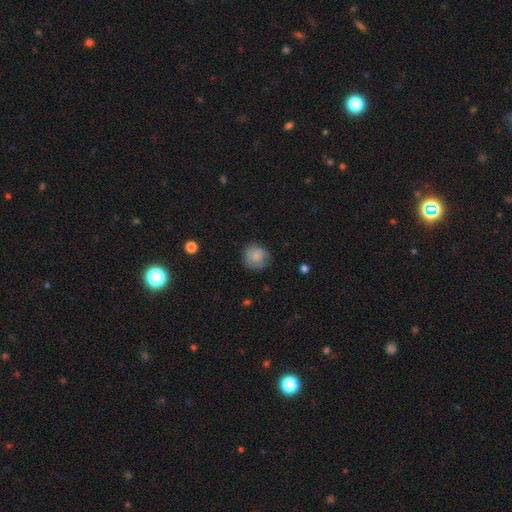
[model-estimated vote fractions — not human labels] Q: Smooth or featured?
A: smooth (82%); runner-up: featured or disk (10%)
Q: How rounded?
A: round (88%); runner-up: in between (11%)
Q: Merging?
A: none (74%); runner-up: minor disturbance (20%)